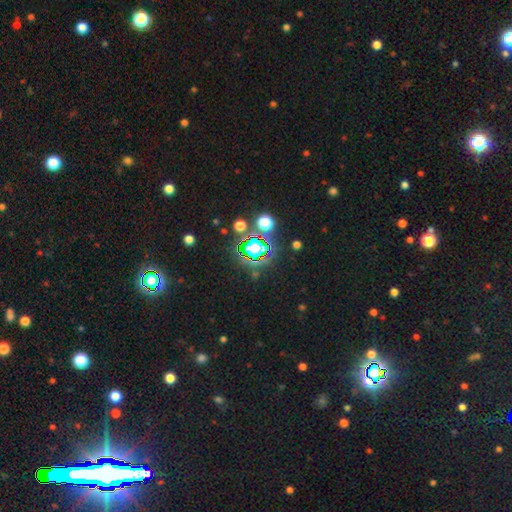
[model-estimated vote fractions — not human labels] Smooth or featured? star or artifact (81%)